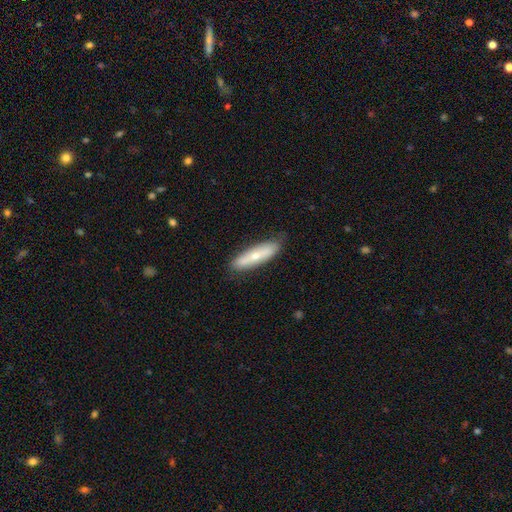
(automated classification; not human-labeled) smooth 52%, featured or disk 42%, star or artifact 6%. Down the decision tree: how rounded — cigar-shaped (68%); merging — none (82%).